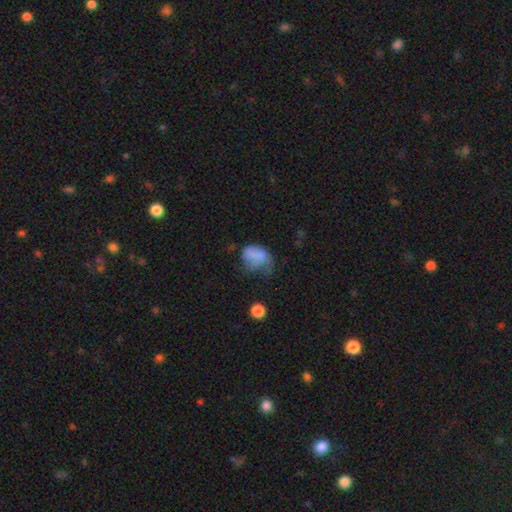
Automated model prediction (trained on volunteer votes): Smooth or featured? smooth (67%)
How rounded? in between (66%)
Merging? major disturbance (43%)